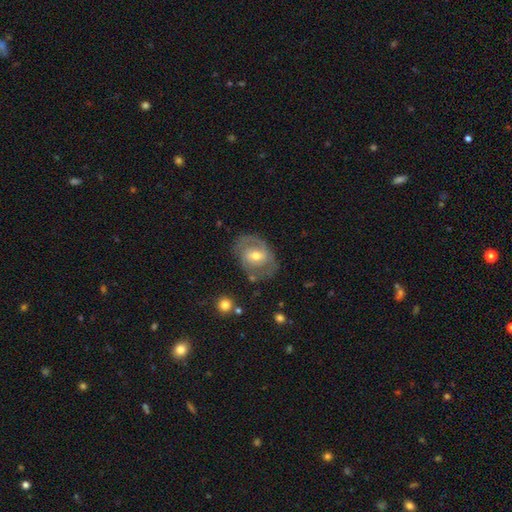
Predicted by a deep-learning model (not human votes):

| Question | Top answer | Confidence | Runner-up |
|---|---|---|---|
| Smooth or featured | featured or disk | 71% | smooth (23%) |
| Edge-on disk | no | 96% | yes (4%) |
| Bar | weak | 45% | no (36%) |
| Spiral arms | yes | 76% | no (24%) |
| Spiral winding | medium | 44% | tight (40%) |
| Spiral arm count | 2 | 72% | can't tell (16%) |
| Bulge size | moderate | 66% | small (27%) |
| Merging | none | 70% | minor disturbance (19%) |